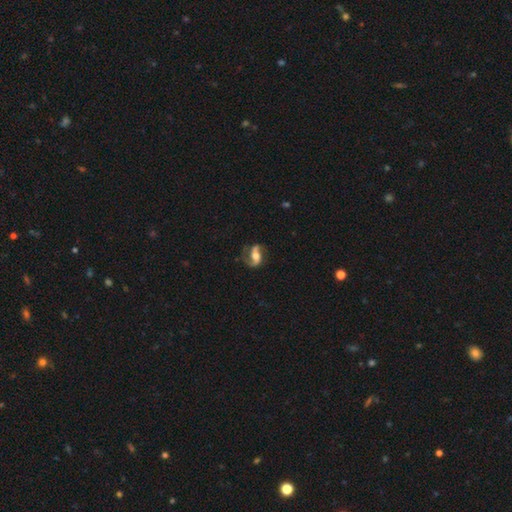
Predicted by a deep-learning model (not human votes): This appears to be a featured or disk galaxy (78%) with a weak bar (35%), 2 (84%) loose (53%) spiral arms (91%) and a moderate central bulge (59%). Merging: none (57%).